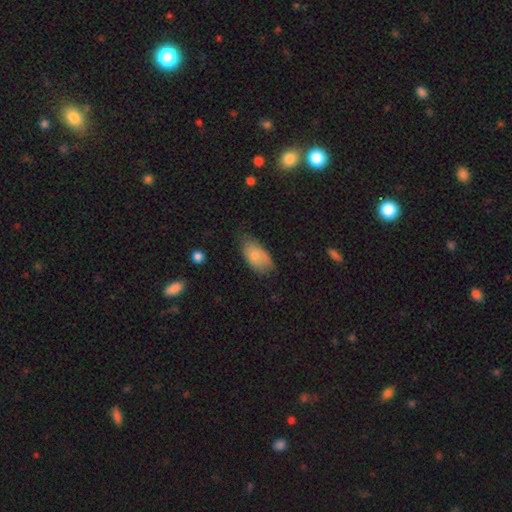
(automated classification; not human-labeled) smooth-or-featured: smooth: 73% | featured or disk: 21% | star or artifact: 7%
  how-rounded: in between: 93% | round: 4% | cigar-shaped: 3%
  merging: none: 62% | minor disturbance: 30% | major disturbance: 7% | merger: 2%